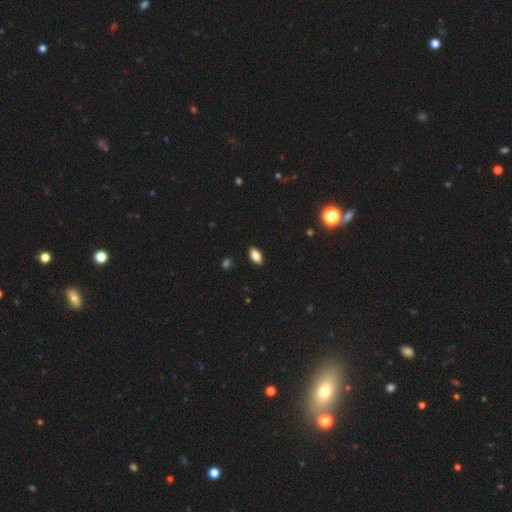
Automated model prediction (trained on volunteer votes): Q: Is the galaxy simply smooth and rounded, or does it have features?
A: smooth — 80%.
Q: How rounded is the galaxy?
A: in between — 90%.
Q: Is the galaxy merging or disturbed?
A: none — 89%.